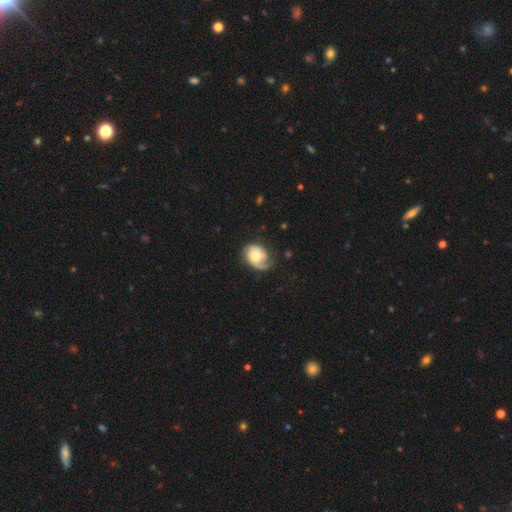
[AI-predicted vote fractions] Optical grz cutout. It shows a featured or disk galaxy (60%) with no bar (75%), 1 (66%) tight (42%) spiral arms (89%) and a moderate central bulge (41%). Merging: none (49%).